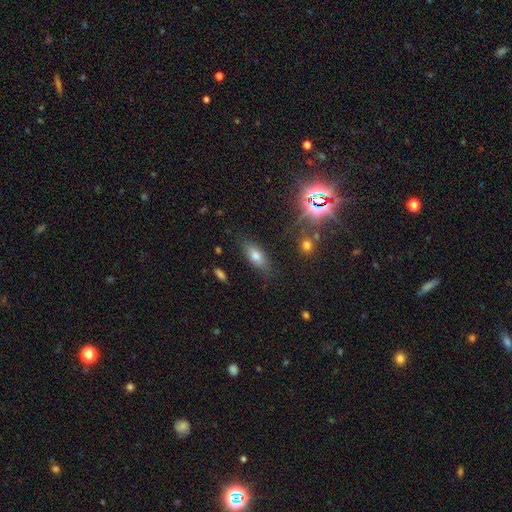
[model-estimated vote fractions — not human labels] Smooth or featured? smooth (69%)
How rounded? in between (79%)
Merging? none (80%)